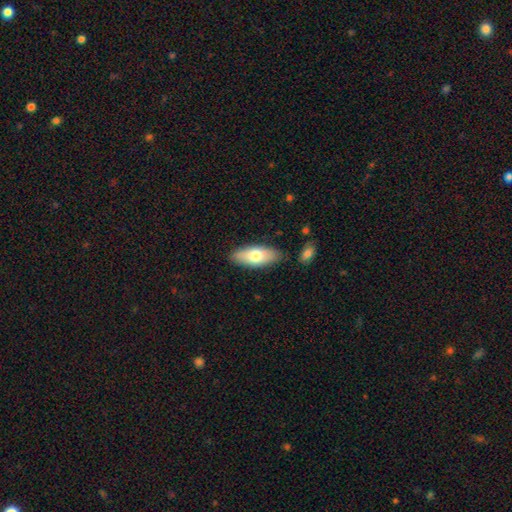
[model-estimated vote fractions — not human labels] This is likely a smooth galaxy (71%). How rounded: clearly in between (82%). Merging: clearly none (84%).